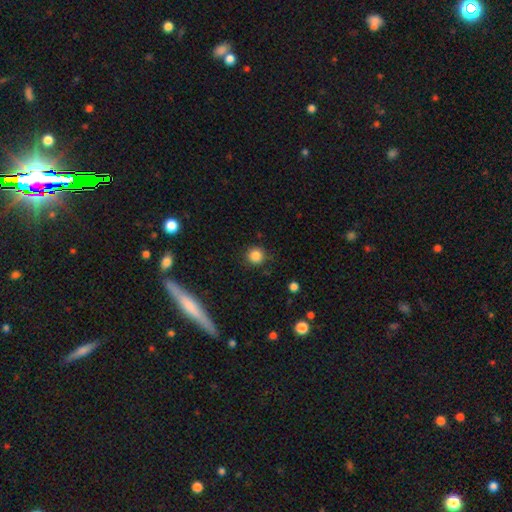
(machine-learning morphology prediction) smooth 84%, star or artifact 11%, featured or disk 5%. Down the decision tree: how rounded — round (93%); merging — none (86%).